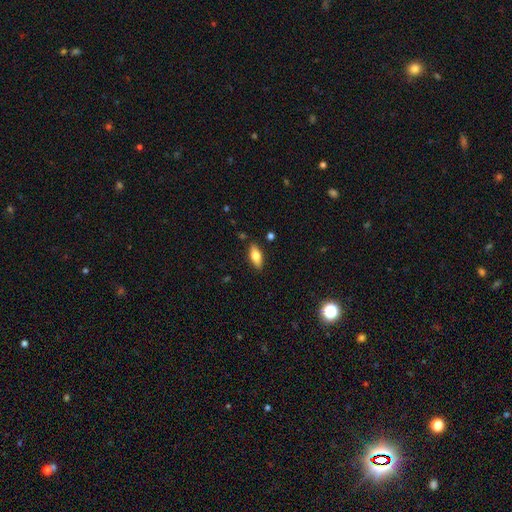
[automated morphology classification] A smooth galaxy with no disk features (69%) that is in between round and cigar-shaped (77%). Merging: none (86%).